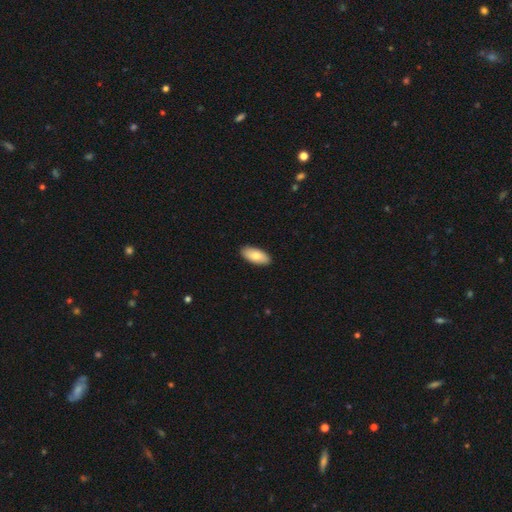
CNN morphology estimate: Smooth or featured?
  - smooth: 79% *
  - featured or disk: 15%
  - star or artifact: 5%
How rounded?
  - in between: 92% *
  - cigar-shaped: 7%
  - round: 2%
Merging?
  - none: 91% *
  - minor disturbance: 7%
  - major disturbance: 1%
  - merger: 1%